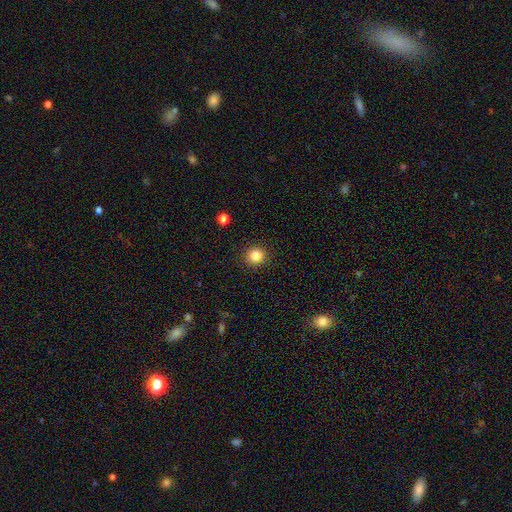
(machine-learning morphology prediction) This appears to be a smooth galaxy with no disk features (85%) that is round (92%). Merging: none (91%).